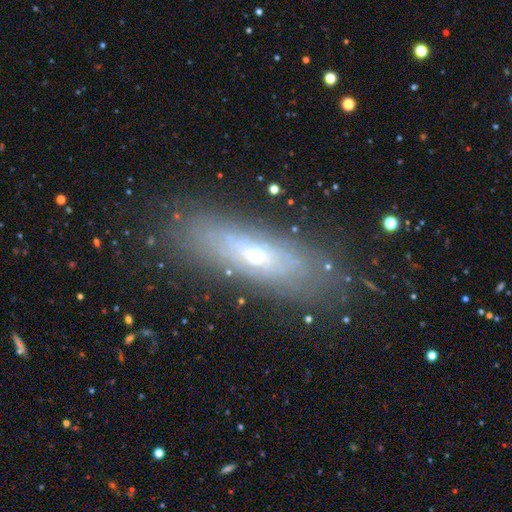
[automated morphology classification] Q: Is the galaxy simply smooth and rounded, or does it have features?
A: featured or disk — 47%.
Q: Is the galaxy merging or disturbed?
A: none — 80%.